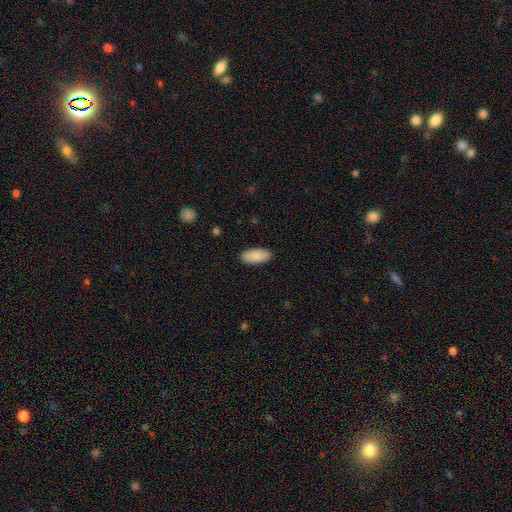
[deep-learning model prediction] Morphology: type=smooth (90%); roundness=in between (89%); merging=none (90%).